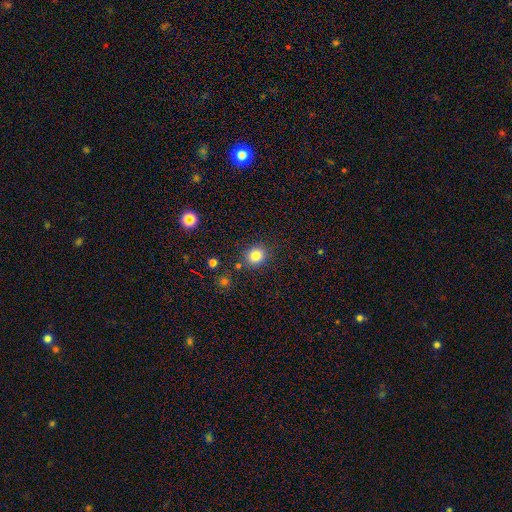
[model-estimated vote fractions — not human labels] This is clearly a smooth galaxy (82%). How rounded: likely round (79%). Merging: clearly none (86%).